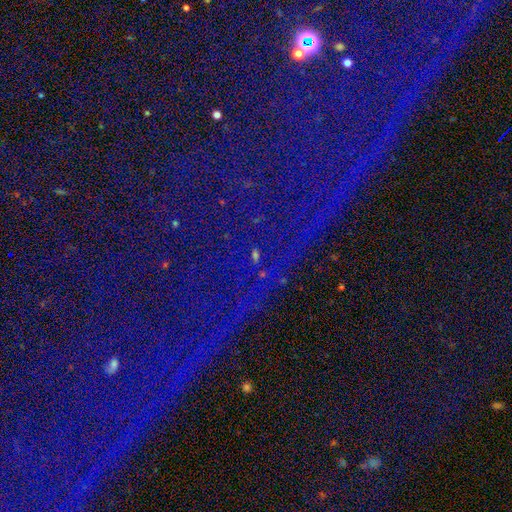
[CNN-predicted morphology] Smooth or featured: star or artifact — 78% (smooth — 12%)